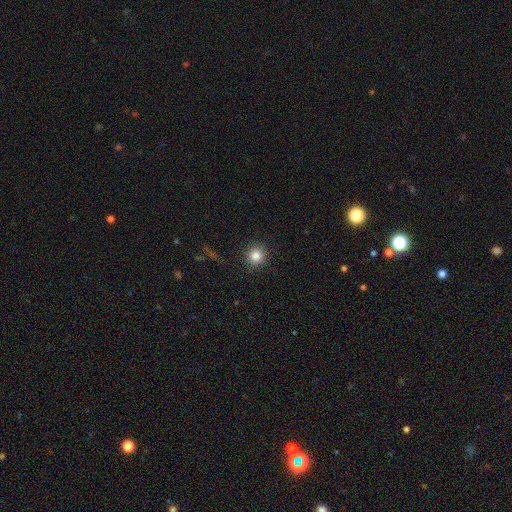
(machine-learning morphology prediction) This is clearly a smooth galaxy (85%). How rounded: clearly round (93%). Merging: clearly none (90%).